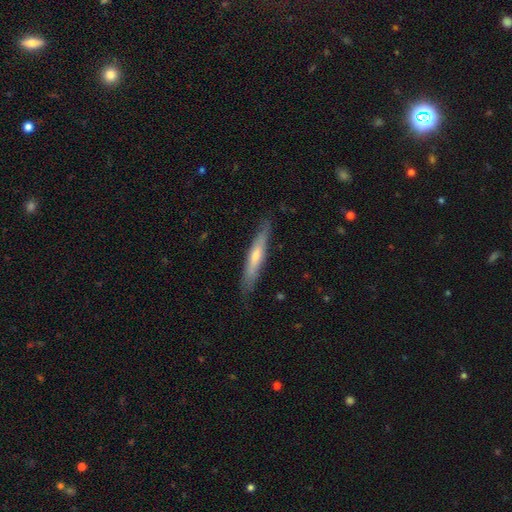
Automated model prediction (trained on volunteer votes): A smooth galaxy with no disk features (50%). Merging: none (83%).